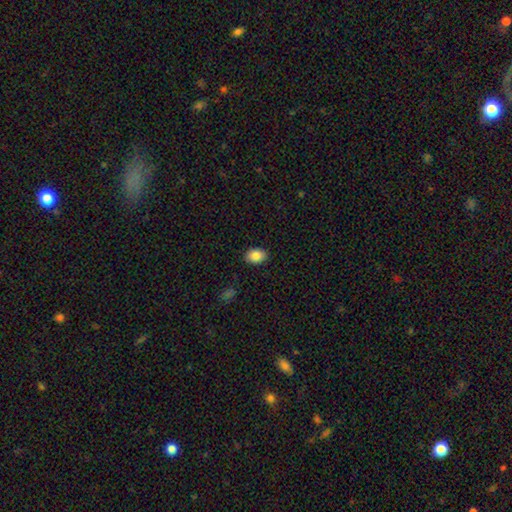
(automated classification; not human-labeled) Overall: smooth (86%). How rounded: in between (80%). Merging: none (89%).